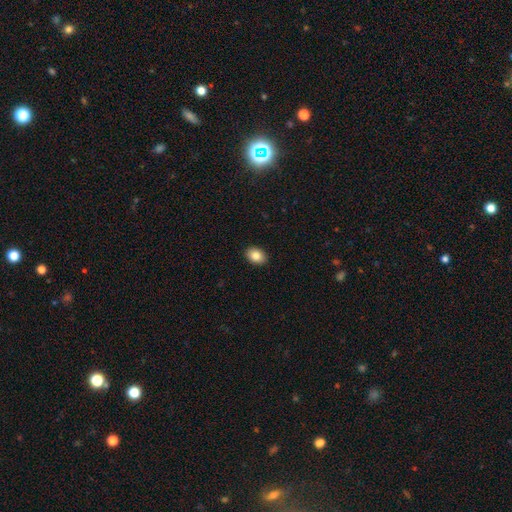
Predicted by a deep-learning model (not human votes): A smooth galaxy with no disk features (84%) that is in between round and cigar-shaped (74%). Merging: none (91%).